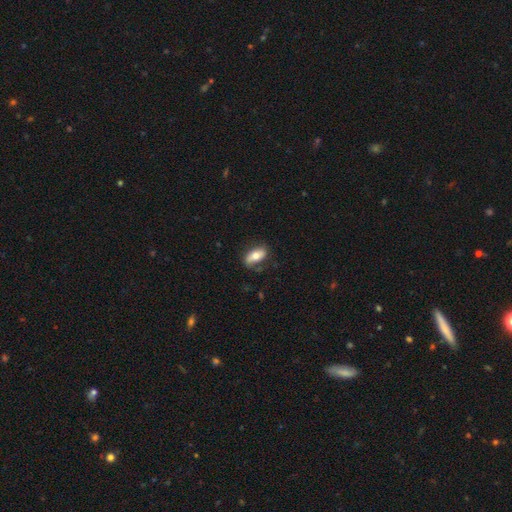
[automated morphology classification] Smooth or featured? smooth (66%)
How rounded? in between (86%)
Merging? none (72%)